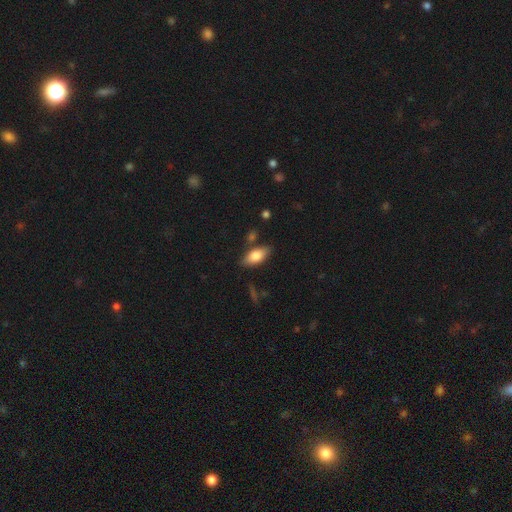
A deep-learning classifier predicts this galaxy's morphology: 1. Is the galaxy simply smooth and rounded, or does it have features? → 76% smooth, 17% featured or disk, 7% star or artifact.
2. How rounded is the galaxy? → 86% in between, 11% cigar-shaped, 3% round.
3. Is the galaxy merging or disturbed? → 79% none, 13% minor disturbance, 5% merger, 3% major disturbance.